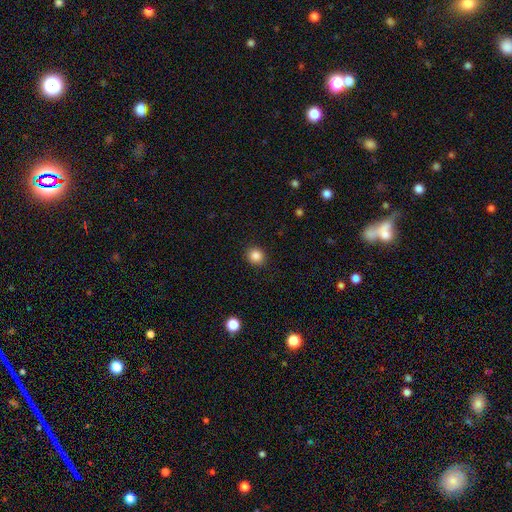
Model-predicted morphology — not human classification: Overall: smooth (85%). How rounded: round (88%). Merging: none (91%).